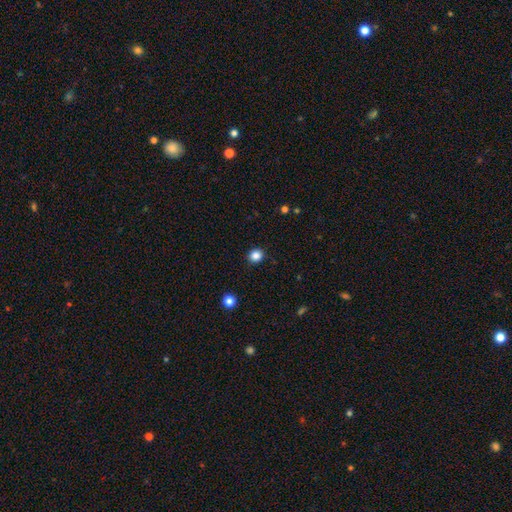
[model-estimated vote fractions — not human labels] This is clearly a smooth galaxy (85%). How rounded: clearly round (81%). Merging: clearly none (91%).